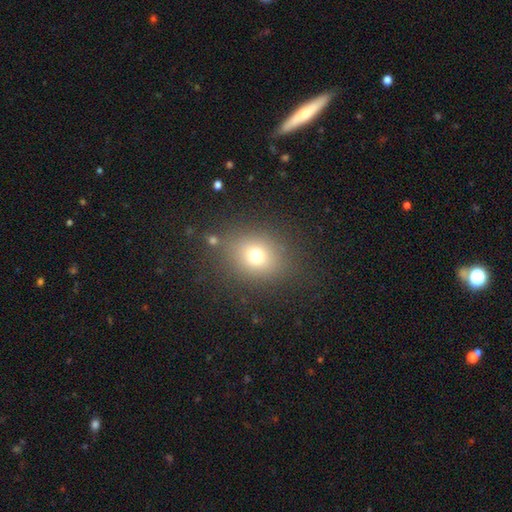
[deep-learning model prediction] A smooth galaxy with no disk features (72%) that is round (62%).

Vote fractions:
- Smooth or featured? smooth: 72% / star or artifact: 16% / featured or disk: 12%
- How rounded? round: 62% / in between: 36% / cigar-shaped: 1%
- Merging? none: 81% / minor disturbance: 11% / major disturbance: 5% / merger: 3%